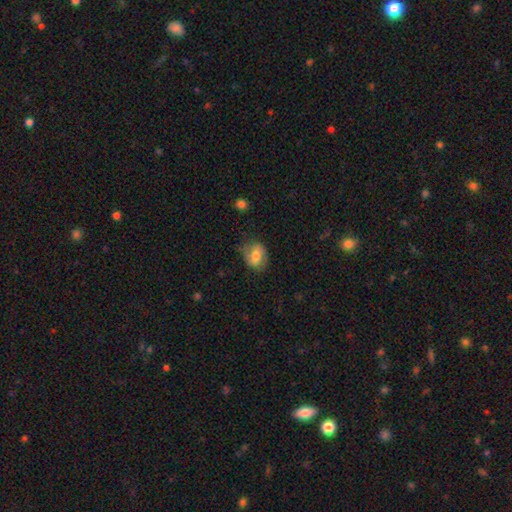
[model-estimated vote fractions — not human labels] Smooth or featured? smooth (66%)
How rounded? in between (57%)
Merging? none (67%)